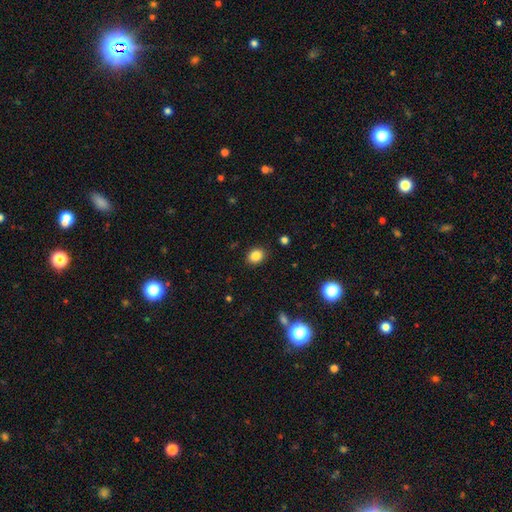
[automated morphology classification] smooth-or-featured: smooth: 85% | star or artifact: 10% | featured or disk: 5%
  how-rounded: in between: 51% | round: 48% | cigar-shaped: 1%
  merging: none: 88% | minor disturbance: 8% | major disturbance: 2% | merger: 1%